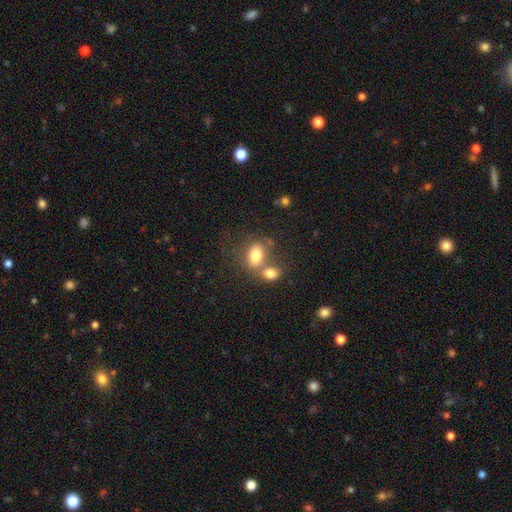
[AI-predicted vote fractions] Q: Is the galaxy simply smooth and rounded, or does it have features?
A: smooth — 78%.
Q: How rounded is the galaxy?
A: in between — 80%.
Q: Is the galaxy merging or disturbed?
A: merger — 50%.